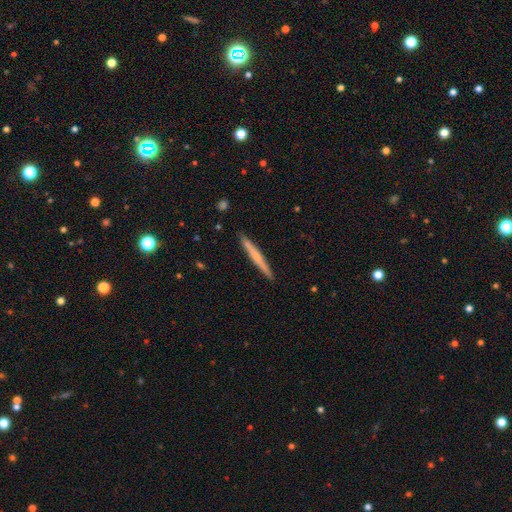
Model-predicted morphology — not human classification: smooth_or_featured: smooth (p=0.52) [alt: featured or disk p=0.43]
how_rounded: cigar-shaped (p=0.97) [alt: in between p=0.02]
merging: none (p=0.91) [alt: minor disturbance p=0.06]